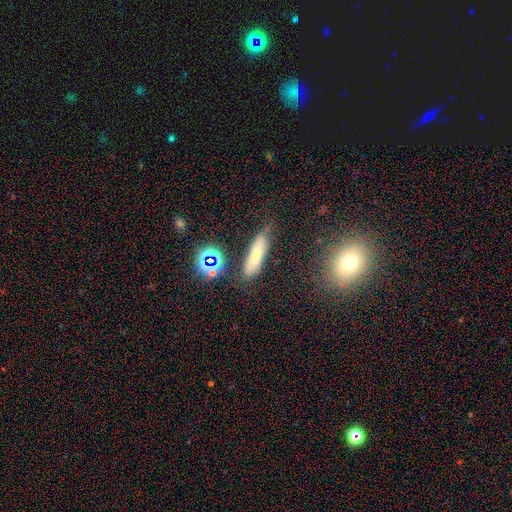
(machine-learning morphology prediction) smooth-or-featured: smooth: 65% | featured or disk: 19% | star or artifact: 16%
  how-rounded: cigar-shaped: 59% | in between: 37% | round: 4%
  merging: none: 66% | minor disturbance: 22% | major disturbance: 7% | merger: 4%